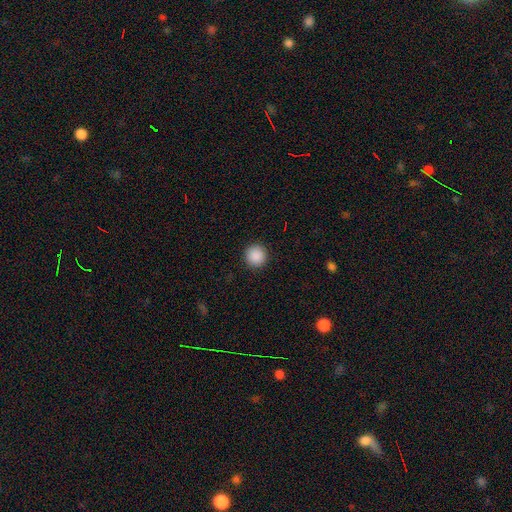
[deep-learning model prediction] This appears to be a smooth galaxy with no disk features (89%) that is round (96%). Merging: none (93%).